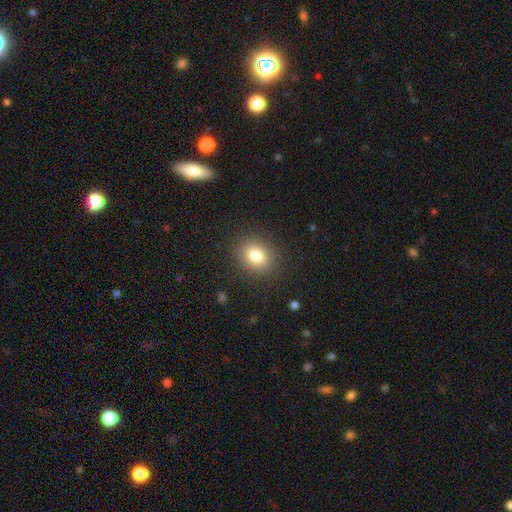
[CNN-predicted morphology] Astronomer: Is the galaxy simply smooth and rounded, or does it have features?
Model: smooth — 80%.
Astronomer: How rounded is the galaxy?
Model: round — 56% (runner-up: in between, 43%).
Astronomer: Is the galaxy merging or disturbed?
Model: none — 88%.